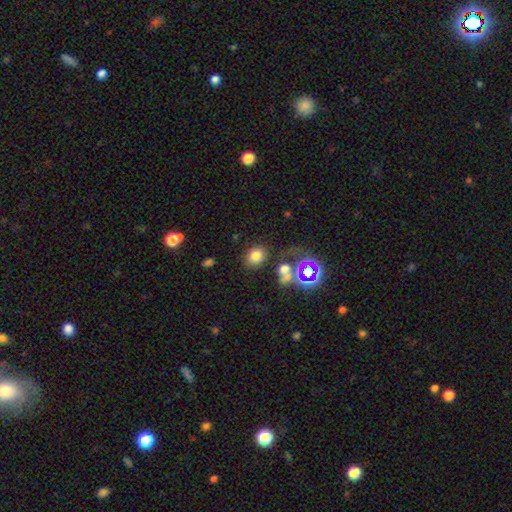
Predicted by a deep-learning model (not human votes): Overall: smooth (73%). How rounded: round (58%; in between 41%). Merging: none (76%).